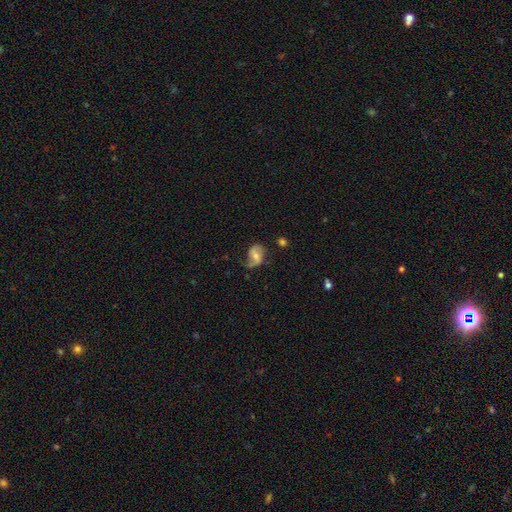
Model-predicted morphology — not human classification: The model was most divided on "bar": weak: 43%, no: 37%, strong: 20%. More confident: edge-on disk — no (97%); spiral arms — yes (86%); spiral arm count — 2 (75%); smooth or featured — featured or disk (61%); merging — none (53%); bulge size — moderate (51%); spiral winding — loose (51%).